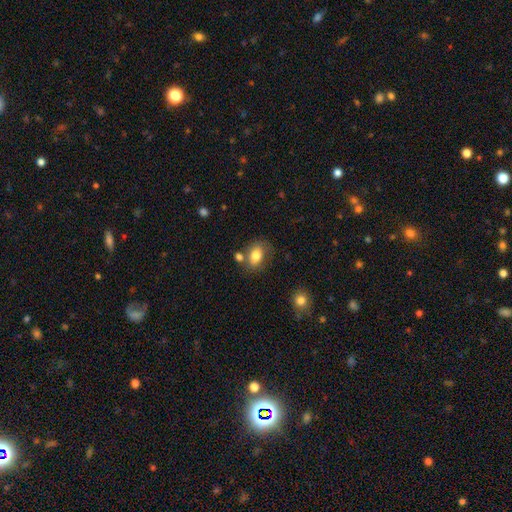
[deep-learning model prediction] Smooth or featured? smooth (78%)
How rounded? in between (78%)
Merging? none (62%)